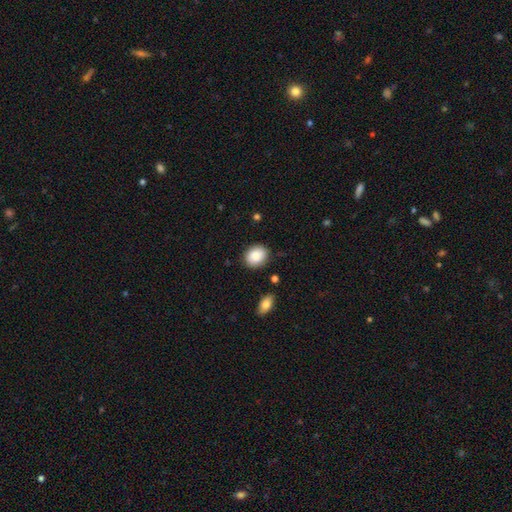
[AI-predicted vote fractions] The model was most divided on "how rounded": in between: 52%, round: 47%, cigar-shaped: 1%. More confident: smooth or featured — smooth (86%); merging — none (86%).